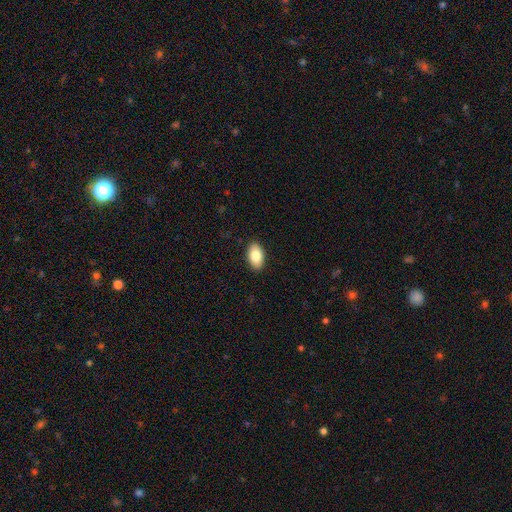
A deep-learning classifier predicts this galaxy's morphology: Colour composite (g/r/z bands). It shows a smooth galaxy with no disk features (82%) that is in between round and cigar-shaped (93%). Merging: none (90%).